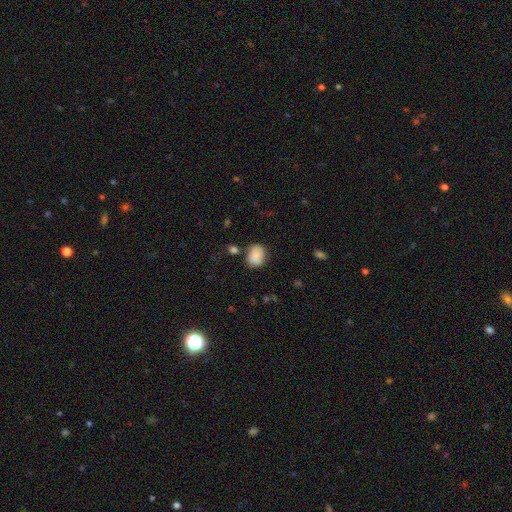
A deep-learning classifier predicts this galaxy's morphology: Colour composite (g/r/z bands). It shows a smooth galaxy with no disk features (85%) that is in between round and cigar-shaped (55%). Merging: none (71%).